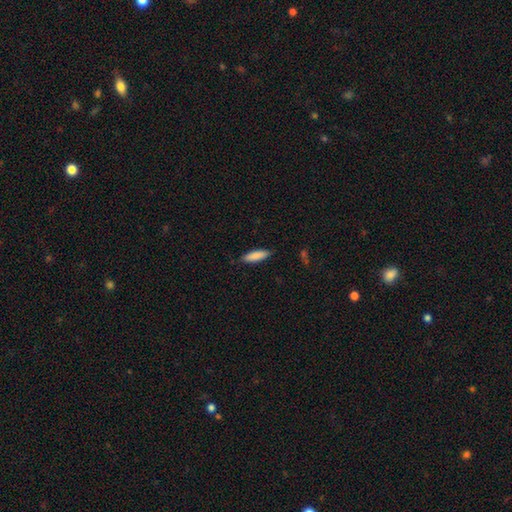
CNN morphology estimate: Smooth or featured: smooth — 87% (featured or disk — 8%)
How rounded: cigar-shaped — 60% (in between — 39%)
Merging: none — 85% (minor disturbance — 11%)